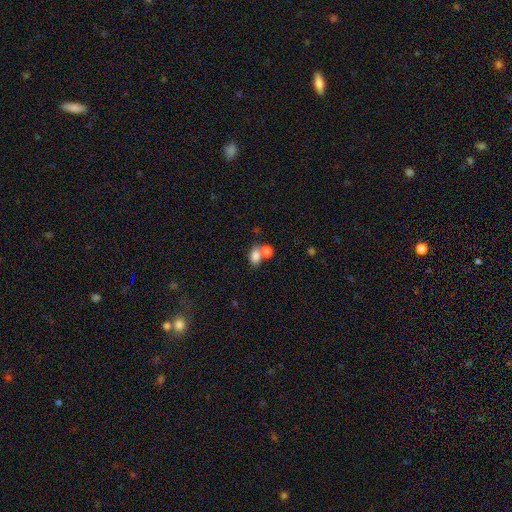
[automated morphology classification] smooth-or-featured: smooth: 80% | star or artifact: 11% | featured or disk: 9%
  how-rounded: in between: 72% | round: 26% | cigar-shaped: 1%
  merging: merger: 49% | none: 36% | minor disturbance: 10% | major disturbance: 5%